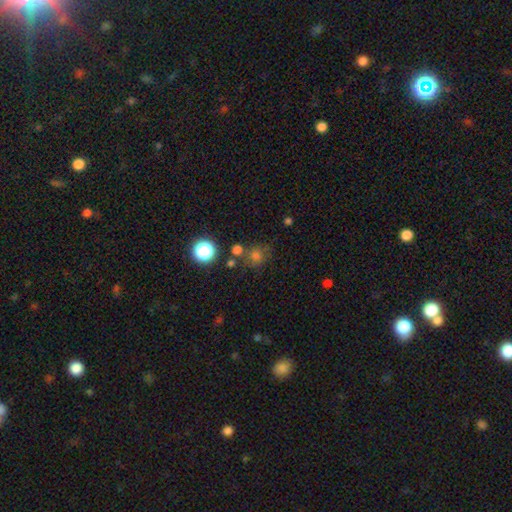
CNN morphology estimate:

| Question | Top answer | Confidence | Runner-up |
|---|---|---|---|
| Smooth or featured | smooth | 67% | star or artifact (25%) |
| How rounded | round | 85% | in between (14%) |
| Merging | none | 67% | minor disturbance (13%) |